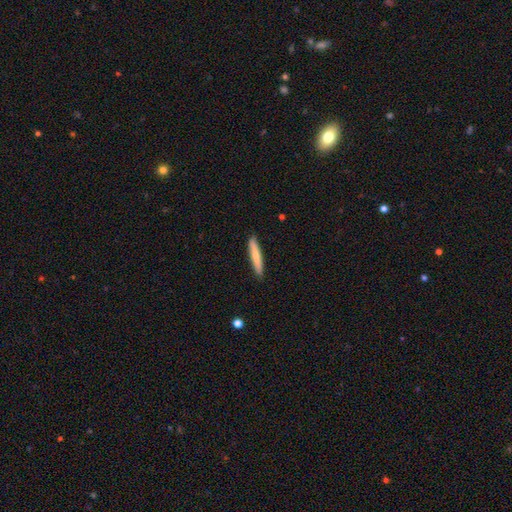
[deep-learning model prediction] Overall: smooth (72%). How rounded: cigar-shaped (92%). Merging: none (89%).